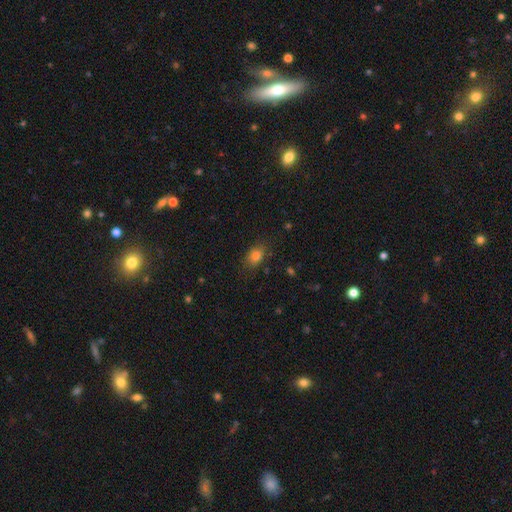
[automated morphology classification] smooth 82%, star or artifact 12%, featured or disk 7%. Down the decision tree: how rounded — in between (75%); merging — none (78%).